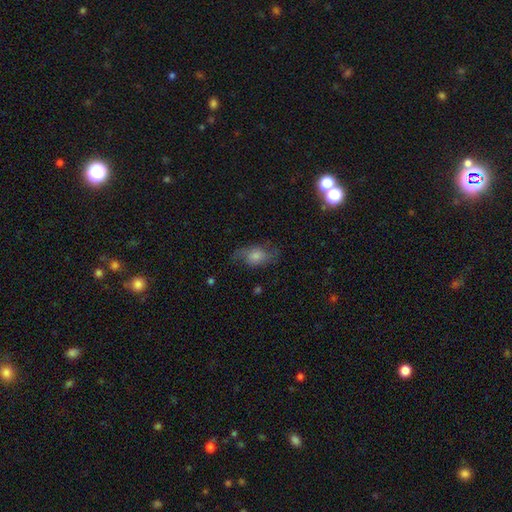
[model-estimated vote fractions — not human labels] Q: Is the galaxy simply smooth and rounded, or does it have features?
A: featured or disk — 47%.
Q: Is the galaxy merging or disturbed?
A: none — 66%.